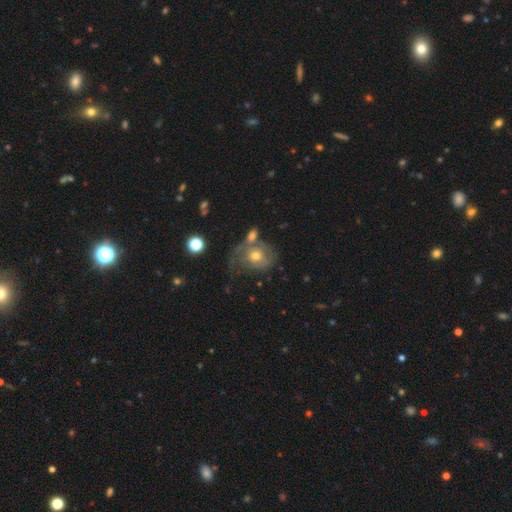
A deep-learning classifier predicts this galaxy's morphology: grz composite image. It shows a featured or disk galaxy (63%) with no bar (77%), spiral arms (76%) and a moderate central bulge (71%). Merging: none (38%).